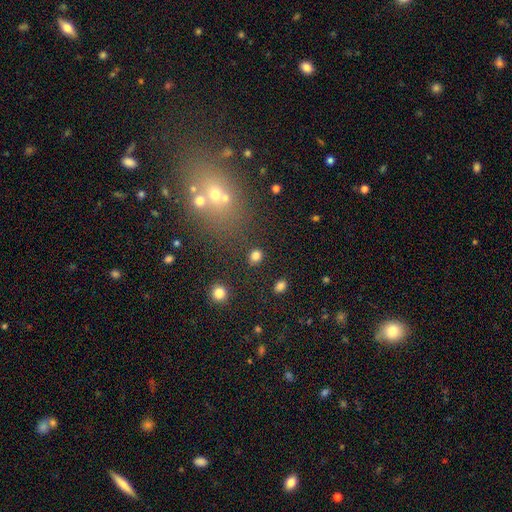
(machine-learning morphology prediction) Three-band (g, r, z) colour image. It shows a smooth galaxy with no disk features (80%) that is round (63%). Merging: none (84%).